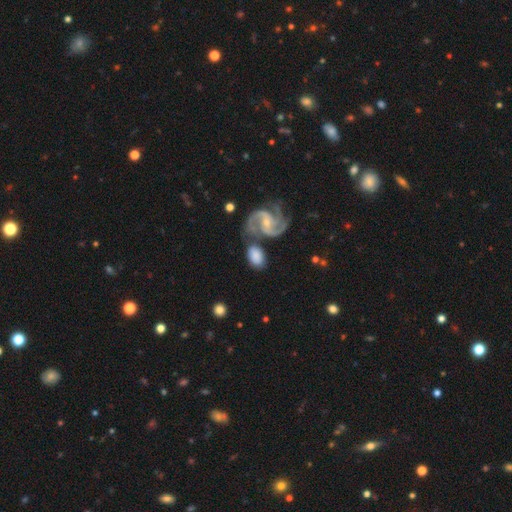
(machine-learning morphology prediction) Smooth or featured? Predicted: smooth (p=0.50). Merging? Predicted: none (p=0.53).